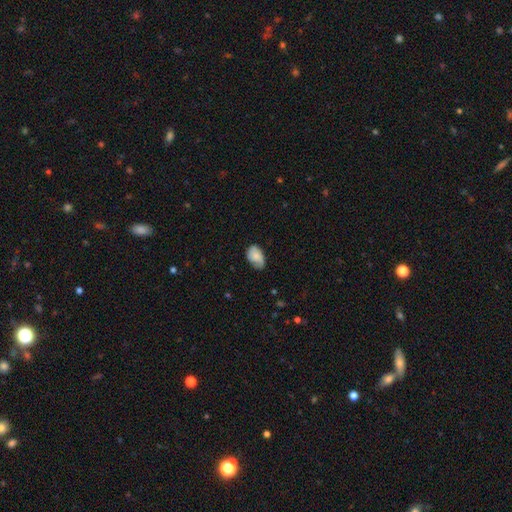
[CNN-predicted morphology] Smooth or featured: smooth — 73% (featured or disk — 19%)
How rounded: in between — 88% (round — 10%)
Merging: none — 55% (minor disturbance — 35%)